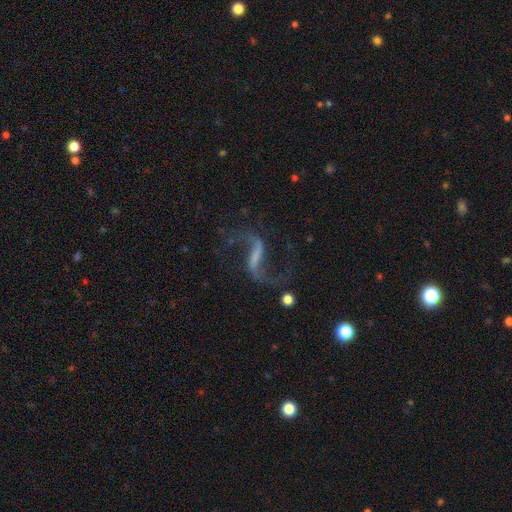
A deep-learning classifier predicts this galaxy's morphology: smooth-or-featured: featured or disk: 88% | star or artifact: 7% | smooth: 5%
  disk-edge-on: no: 96% | yes: 4%
    bar: strong: 49% | weak: 36% | no: 15%
    has-spiral-arms: yes: 96% | no: 4%
      spiral-winding: loose: 88% | medium: 9% | tight: 2%
      spiral-arm-count: 2: 93% | 1: 3% | can't tell: 1% | 3: 1% | 4: 1% | more than 4: 1%
    bulge-size: none: 59% | small: 24% | moderate: 12% | large: 4% | dominant: 1%
  merging: none: 73% | minor disturbance: 13% | major disturbance: 11% | merger: 3%